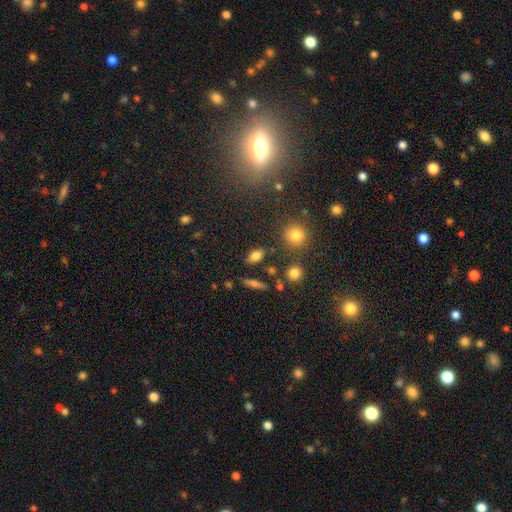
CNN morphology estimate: Smooth or featured: smooth — 77% (star or artifact — 13%)
How rounded: in between — 81% (round — 12%)
Merging: none — 81% (minor disturbance — 11%)